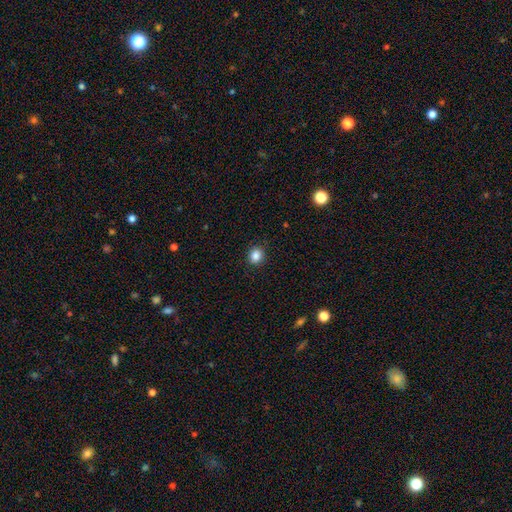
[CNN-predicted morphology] A smooth galaxy with no disk features (85%) that is round (82%). Merging: none (92%).